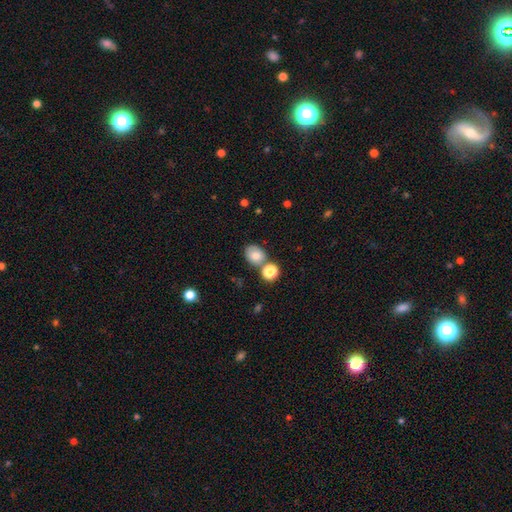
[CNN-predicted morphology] A smooth galaxy with no disk features (78%) that is in between round and cigar-shaped (51%).

Vote fractions:
- Smooth or featured? smooth: 78% / featured or disk: 11% / star or artifact: 11%
- How rounded? in between: 51% / round: 48% / cigar-shaped: 1%
- Merging? none: 59% / merger: 22% / minor disturbance: 14% / major disturbance: 4%